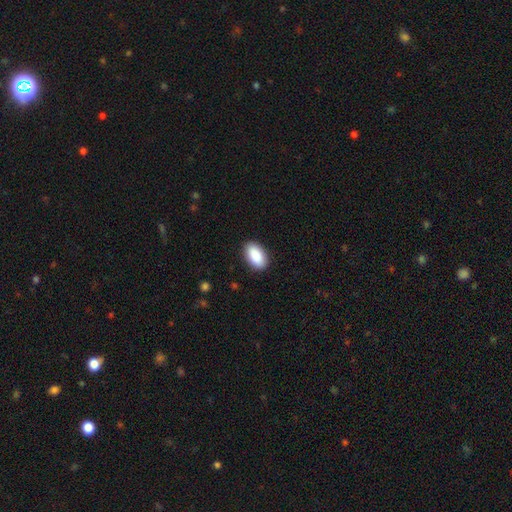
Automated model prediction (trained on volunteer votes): A smooth galaxy with no disk features (89%) that is in between round and cigar-shaped (94%).

Vote fractions:
- Smooth or featured? smooth: 89% / star or artifact: 6% / featured or disk: 4%
- How rounded? in between: 94% / round: 4% / cigar-shaped: 2%
- Merging? none: 90% / minor disturbance: 7% / major disturbance: 2% / merger: 1%